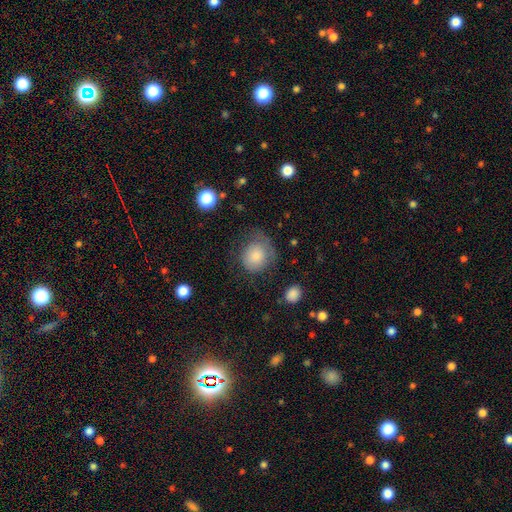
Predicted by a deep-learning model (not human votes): Q: Smooth or featured?
A: smooth (77%); runner-up: featured or disk (15%)
Q: How rounded?
A: round (78%); runner-up: in between (21%)
Q: Merging?
A: none (48%); runner-up: minor disturbance (28%)